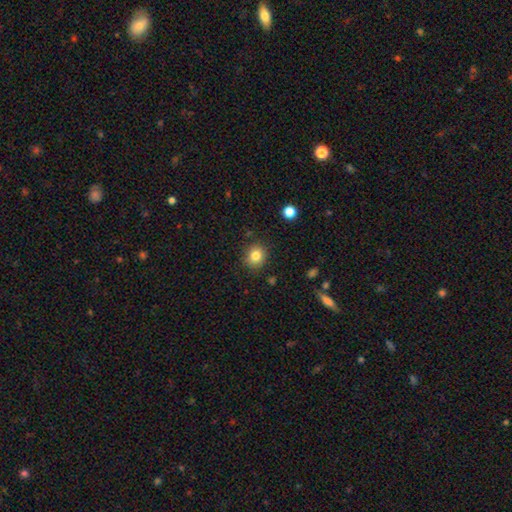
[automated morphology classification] Smooth or featured? smooth (82%)
How rounded? round (83%)
Merging? none (87%)